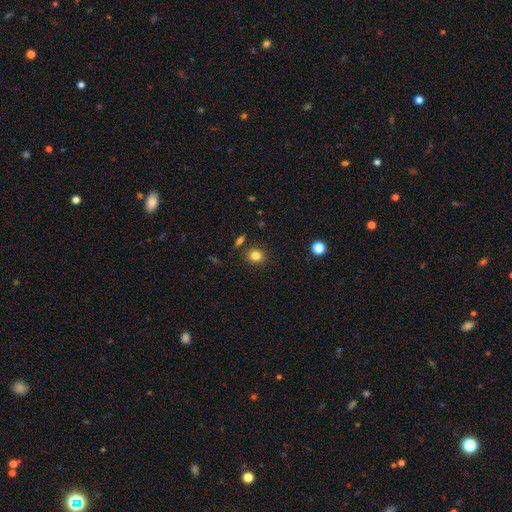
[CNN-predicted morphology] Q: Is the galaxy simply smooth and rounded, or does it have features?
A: smooth — 82%.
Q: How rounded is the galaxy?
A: round — 74%.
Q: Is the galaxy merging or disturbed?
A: none — 85%.